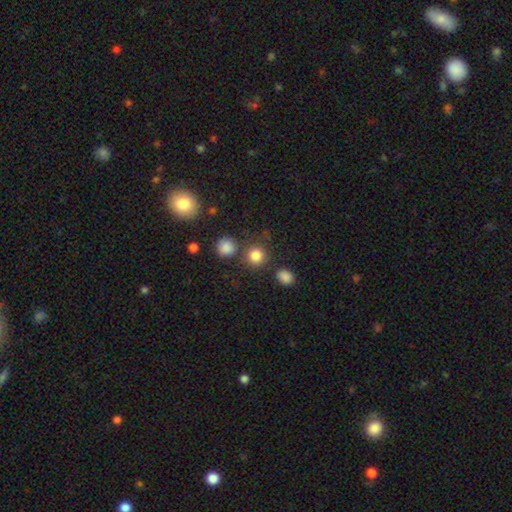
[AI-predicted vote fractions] A smooth galaxy with no disk features (83%) that is round (90%).

Vote fractions:
- Smooth or featured? smooth: 83% / star or artifact: 13% / featured or disk: 5%
- How rounded? round: 90% / in between: 9% / cigar-shaped: 1%
- Merging? none: 79% / merger: 9% / minor disturbance: 8% / major disturbance: 4%